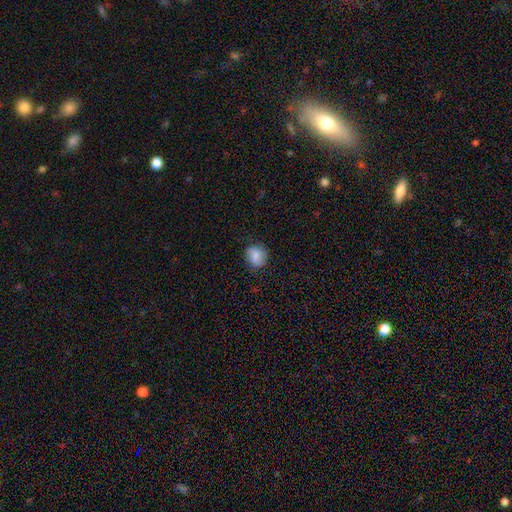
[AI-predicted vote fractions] The model was most divided on "how rounded": round: 77%, in between: 22%, cigar-shaped: 1%. More confident: merging — none (83%); smooth or featured — smooth (78%).